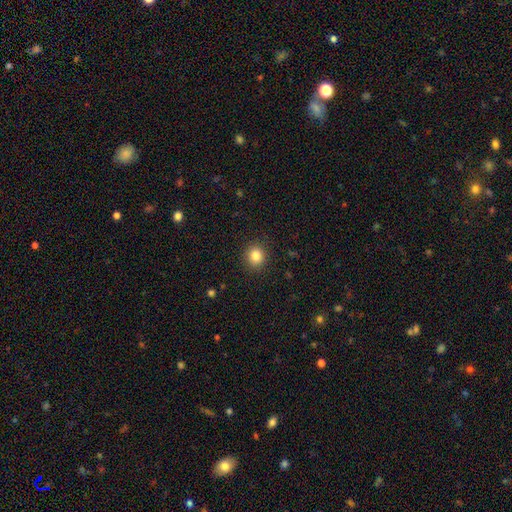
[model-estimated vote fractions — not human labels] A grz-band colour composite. It shows a smooth galaxy with no disk features (84%) that is round (84%). Merging: none (90%).